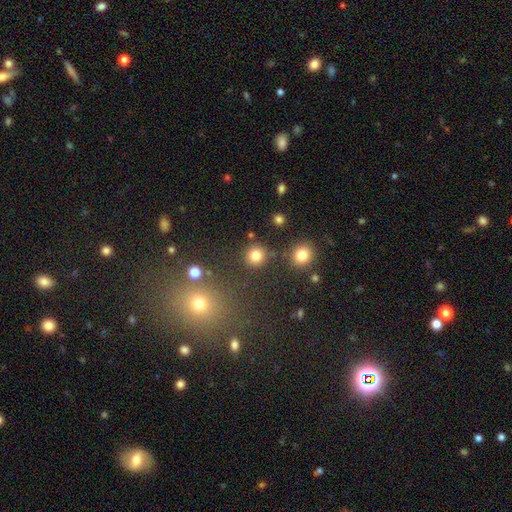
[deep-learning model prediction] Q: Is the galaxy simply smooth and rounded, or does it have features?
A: smooth — 82%.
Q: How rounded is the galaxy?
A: round — 92%.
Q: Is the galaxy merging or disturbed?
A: none — 86%.